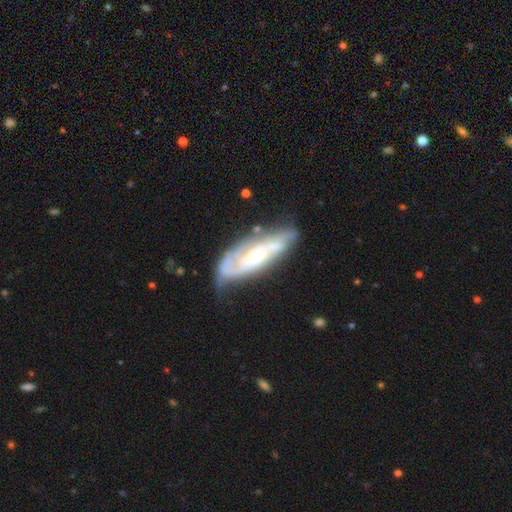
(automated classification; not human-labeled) Q: Smooth or featured?
A: featured or disk (73%); runner-up: smooth (21%)
Q: Edge-on disk?
A: no (82%); runner-up: yes (18%)
Q: Bar?
A: no (61%); runner-up: weak (29%)
Q: Spiral arms?
A: yes (83%); runner-up: no (17%)
Q: Bulge size?
A: small (50%); runner-up: moderate (39%)
Q: Merging?
A: none (57%); runner-up: minor disturbance (27%)